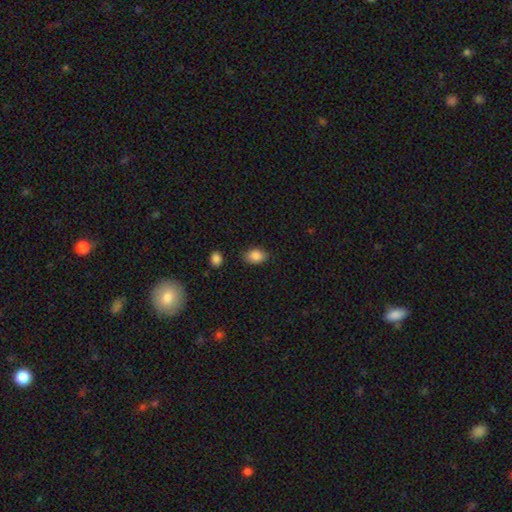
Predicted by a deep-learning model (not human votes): smooth 87%, star or artifact 8%, featured or disk 5%. Down the decision tree: how rounded — in between (79%); merging — none (79%).